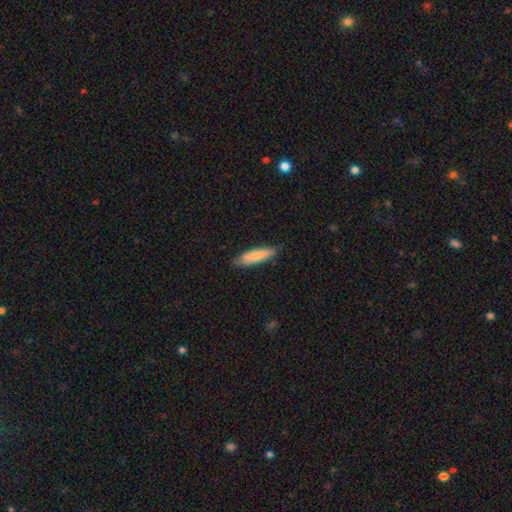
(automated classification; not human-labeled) Smooth or featured?
  - smooth: 78% *
  - featured or disk: 17%
  - star or artifact: 6%
How rounded?
  - cigar-shaped: 67% *
  - in between: 31%
  - round: 1%
Merging?
  - none: 79% *
  - minor disturbance: 17%
  - major disturbance: 3%
  - merger: 1%